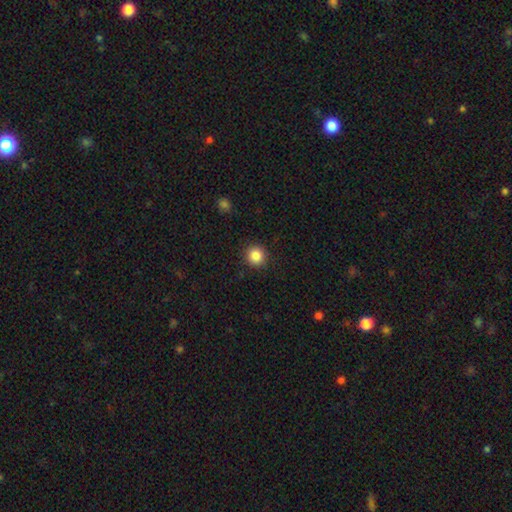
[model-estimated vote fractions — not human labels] Smooth or featured? Predicted: smooth (p=0.87). How rounded? Predicted: round (p=0.93). Merging? Predicted: none (p=0.91).